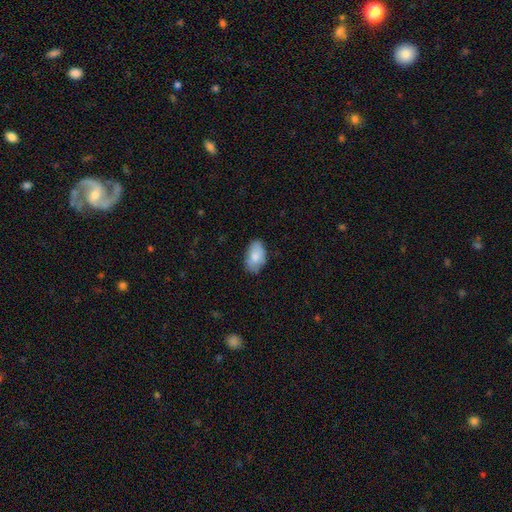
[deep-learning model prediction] Smooth or featured?
  - smooth: 81% *
  - featured or disk: 12%
  - star or artifact: 7%
How rounded?
  - in between: 92% *
  - round: 6%
  - cigar-shaped: 1%
Merging?
  - none: 73% *
  - minor disturbance: 21%
  - major disturbance: 4%
  - merger: 1%